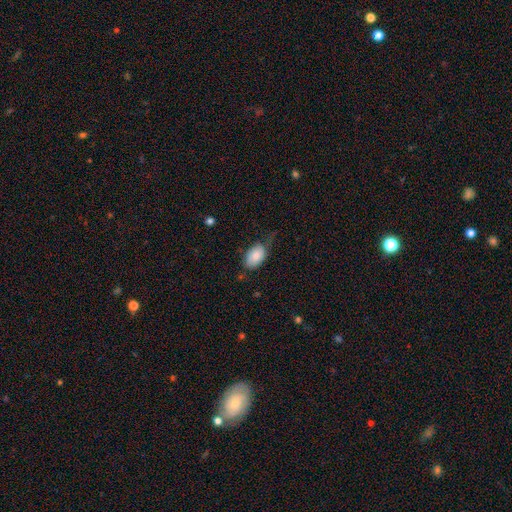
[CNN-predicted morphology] Overall: smooth (83%). How rounded: in between (92%). Merging: none (51%; minor disturbance 35%).